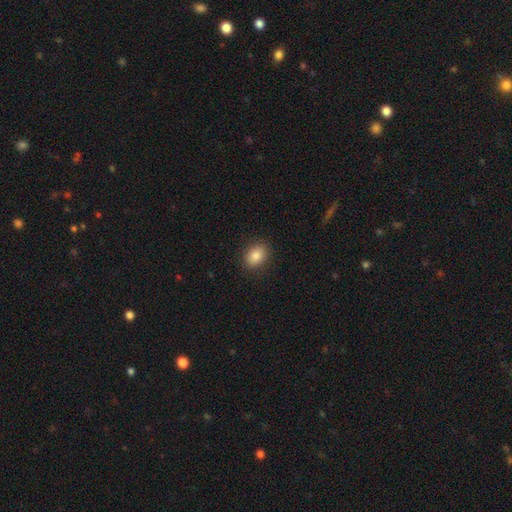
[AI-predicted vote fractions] smooth-or-featured: smooth: 85% | star or artifact: 9% | featured or disk: 6%
  how-rounded: in between: 72% | round: 27% | cigar-shaped: 1%
  merging: none: 89% | minor disturbance: 8% | major disturbance: 2% | merger: 1%